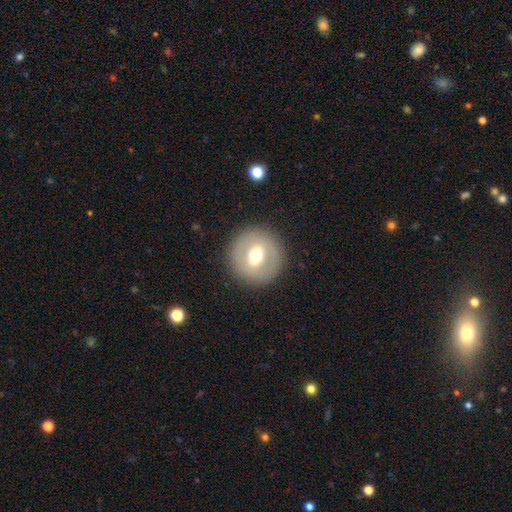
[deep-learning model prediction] smooth 51%, featured or disk 41%, star or artifact 8%. Down the decision tree: how rounded — round (93%); merging — none (89%).